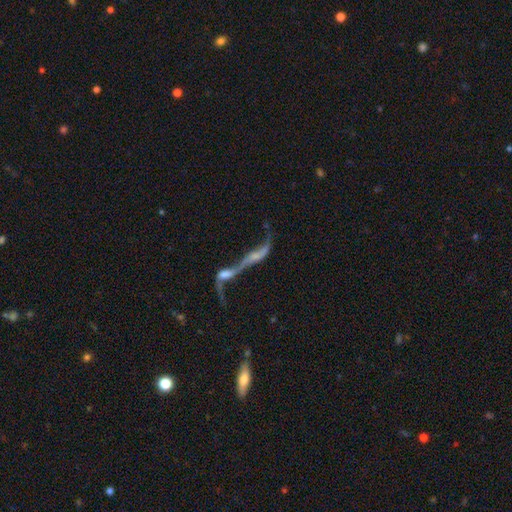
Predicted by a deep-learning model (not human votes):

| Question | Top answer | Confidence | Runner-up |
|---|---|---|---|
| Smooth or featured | featured or disk | 64% | smooth (24%) |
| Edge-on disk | no | 82% | yes (18%) |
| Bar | no | 67% | weak (23%) |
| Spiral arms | yes | 55% | no (45%) |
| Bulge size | none | 48% | small (25%) |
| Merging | merger | 77% | major disturbance (12%) |